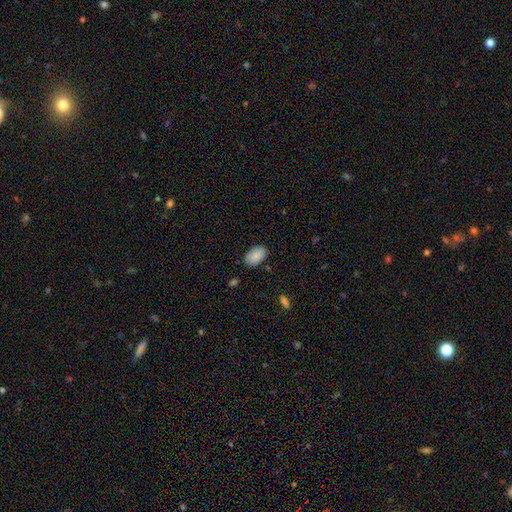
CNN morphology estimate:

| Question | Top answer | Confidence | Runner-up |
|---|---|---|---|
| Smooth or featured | smooth | 87% | star or artifact (7%) |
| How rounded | in between | 92% | round (7%) |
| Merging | none | 81% | minor disturbance (14%) |